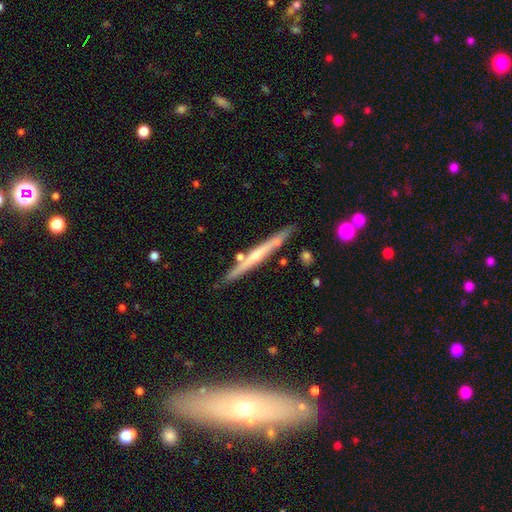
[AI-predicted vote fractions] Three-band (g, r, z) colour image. It shows a featured or disk galaxy (60%) viewed edge-on (96%) with no central bulge (49%). Merging: none (80%).